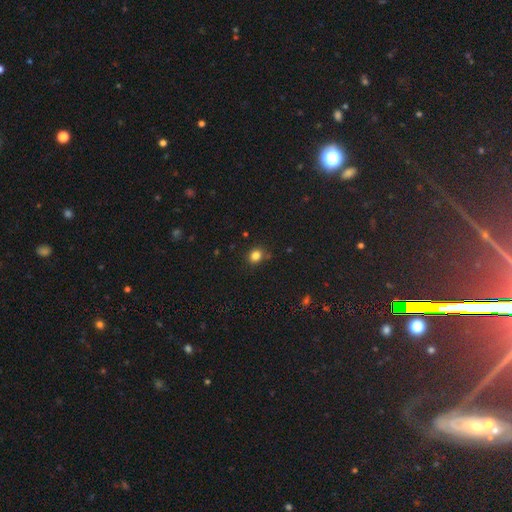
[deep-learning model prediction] Overall: smooth (82%). How rounded: round (73%). Merging: none (82%).